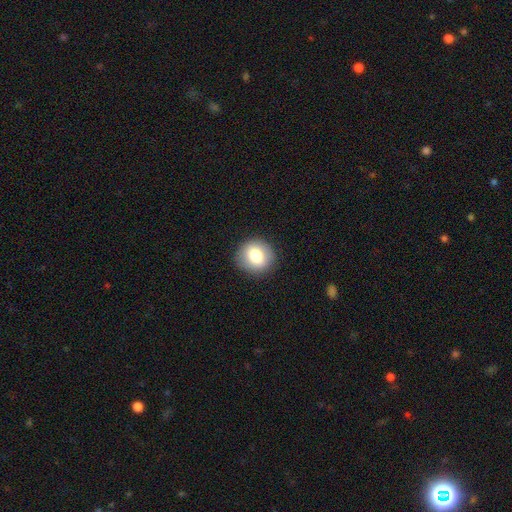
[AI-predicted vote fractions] A smooth galaxy with no disk features (79%) that is round (85%).

Vote fractions:
- Smooth or featured? smooth: 79% / featured or disk: 12% / star or artifact: 9%
- How rounded? round: 85% / in between: 14% / cigar-shaped: 1%
- Merging? none: 89% / minor disturbance: 7% / major disturbance: 2% / merger: 1%